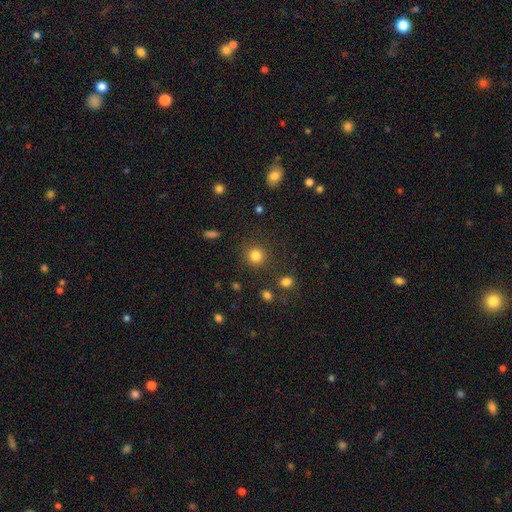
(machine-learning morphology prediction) Smooth or featured? Predicted: smooth (p=0.82). How rounded? Predicted: round (p=0.92). Merging? Predicted: none (p=0.87).